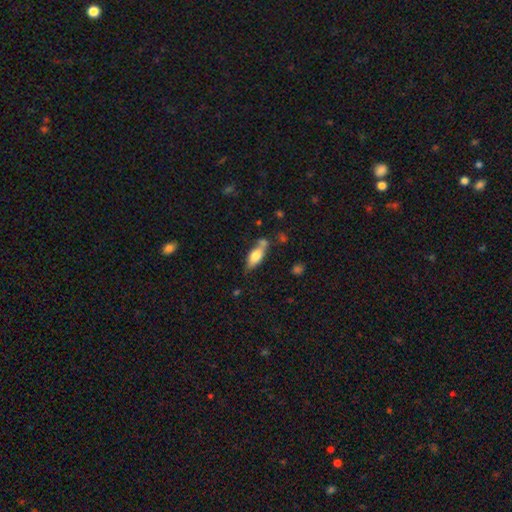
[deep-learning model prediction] The model was most divided on "merging": none: 53%, minor disturbance: 21%, merger: 19%, major disturbance: 7%. More confident: how rounded — in between (72%); smooth or featured — smooth (69%).